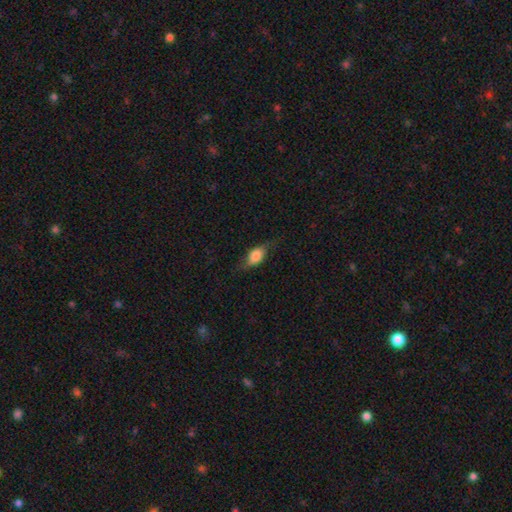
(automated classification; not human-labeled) smooth 60%, featured or disk 32%, star or artifact 8%. Down the decision tree: how rounded — in between (79%); merging — none (67%).